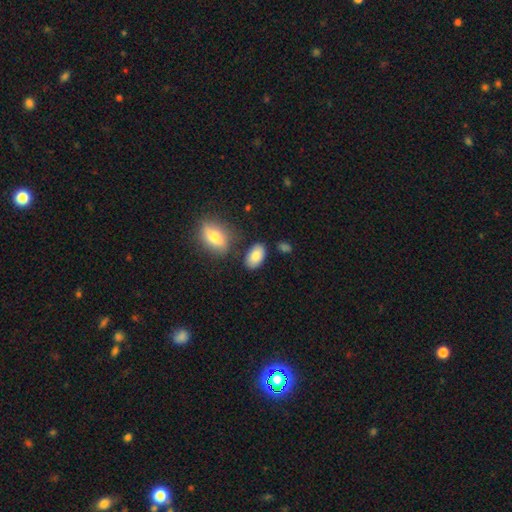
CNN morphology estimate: This appears to be a smooth galaxy with no disk features (85%) that is in between round and cigar-shaped (93%). Merging: none (76%).